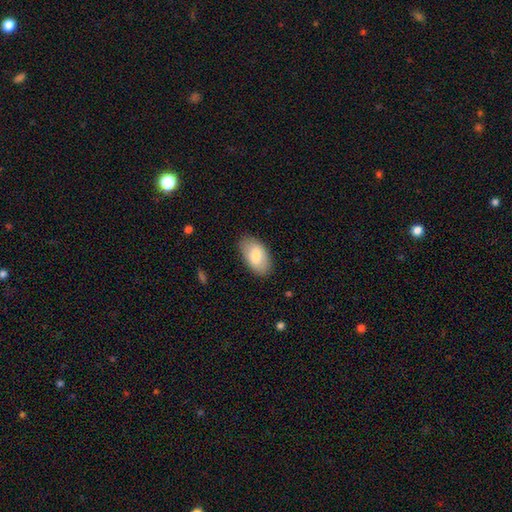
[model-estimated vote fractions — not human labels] Smooth or featured? Predicted: smooth (p=0.80). How rounded? Predicted: in between (p=0.95). Merging? Predicted: none (p=0.85).